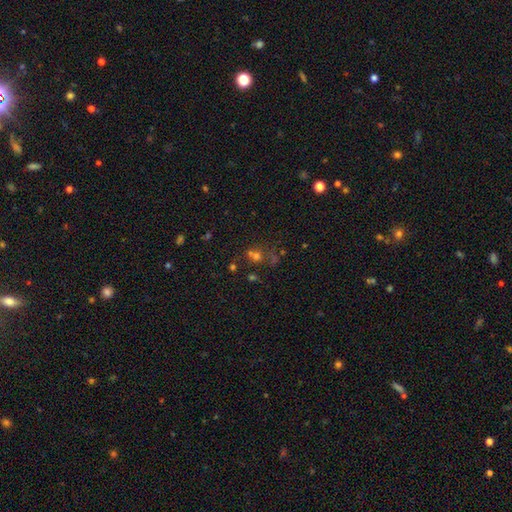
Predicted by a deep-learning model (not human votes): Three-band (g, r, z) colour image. It shows a smooth galaxy with no disk features (48%). Merging: none (45%).